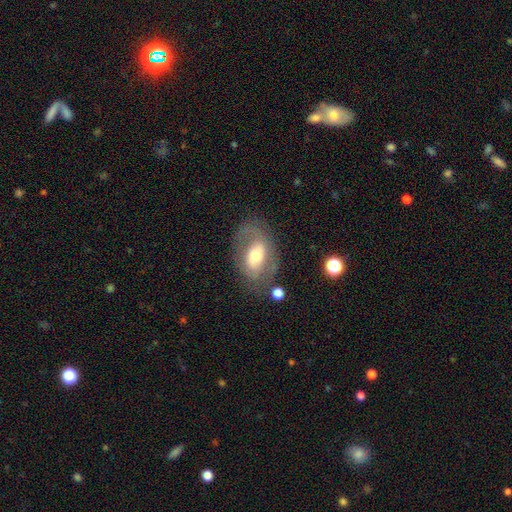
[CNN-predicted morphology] smooth-or-featured: featured or disk: 57% | smooth: 35% | star or artifact: 8%
  disk-edge-on: no: 92% | yes: 8%
    bar: weak: 38% | no: 35% | strong: 26%
    has-spiral-arms: yes: 58% | no: 42%
    bulge-size: moderate: 60% | small: 24% | large: 13% | dominant: 2% | none: 1%
  merging: none: 66% | minor disturbance: 18% | major disturbance: 12% | merger: 3%